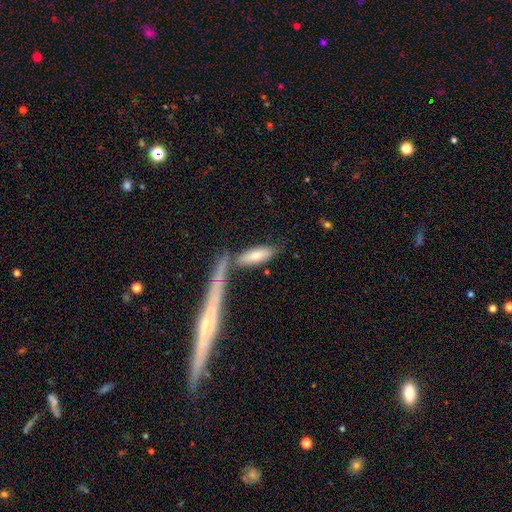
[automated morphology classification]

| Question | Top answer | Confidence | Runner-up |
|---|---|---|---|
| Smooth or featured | smooth | 71% | featured or disk (23%) |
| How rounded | in between | 50% | cigar-shaped (48%) |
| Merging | none | 60% | merger (21%) |